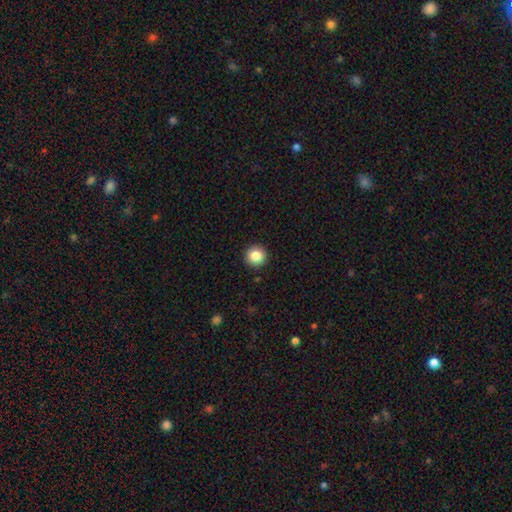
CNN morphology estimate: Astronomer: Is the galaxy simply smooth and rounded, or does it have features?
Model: smooth — 85%.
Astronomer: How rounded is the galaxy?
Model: round — 96%.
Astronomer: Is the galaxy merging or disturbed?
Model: none — 93%.